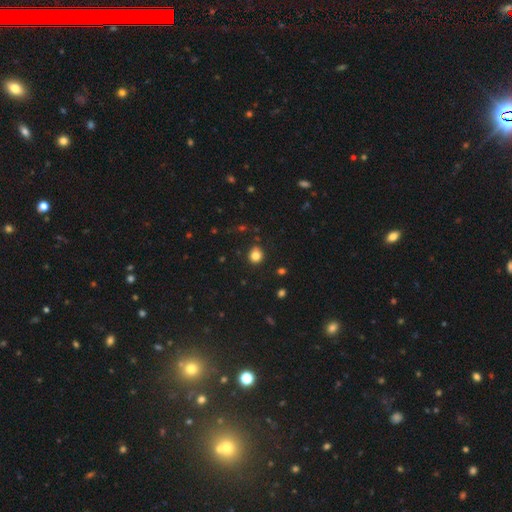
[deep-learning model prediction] Q: Smooth or featured?
A: smooth (83%); runner-up: star or artifact (12%)
Q: How rounded?
A: round (80%); runner-up: in between (19%)
Q: Merging?
A: none (88%); runner-up: minor disturbance (9%)